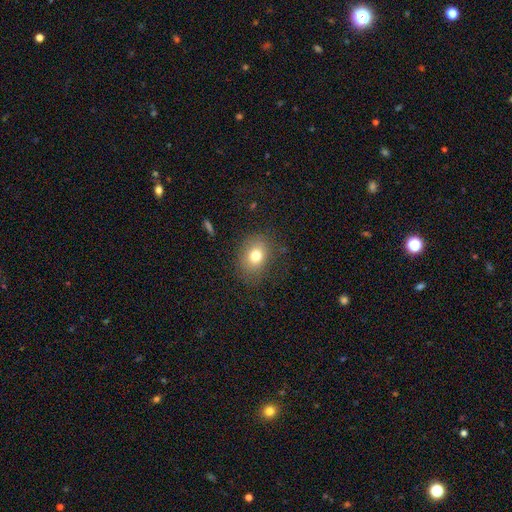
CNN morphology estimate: Q: Smooth or featured?
A: smooth (76%); runner-up: featured or disk (12%)
Q: How rounded?
A: in between (58%); runner-up: round (40%)
Q: Merging?
A: none (78%); runner-up: minor disturbance (15%)